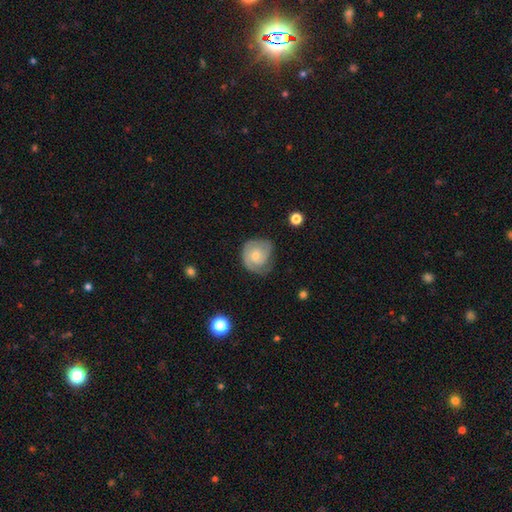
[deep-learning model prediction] This appears to be a featured or disk galaxy (67%) with no bar (72%), 2 (42%) tight (57%) spiral arms (91%) and a small central bulge (50%). Merging: none (59%).